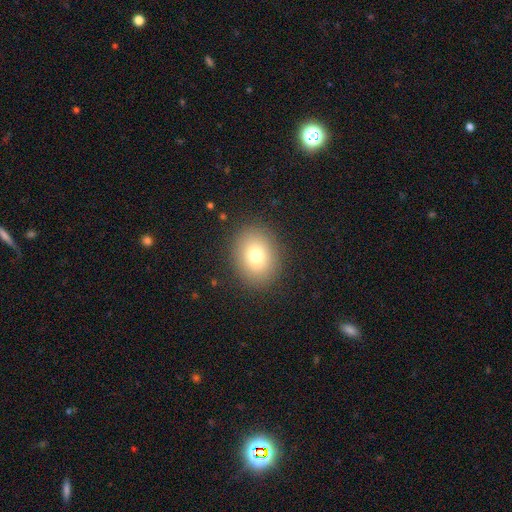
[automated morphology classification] Q: Smooth or featured?
A: smooth (76%); runner-up: featured or disk (12%)
Q: How rounded?
A: round (51%); runner-up: in between (48%)
Q: Merging?
A: none (88%); runner-up: minor disturbance (8%)